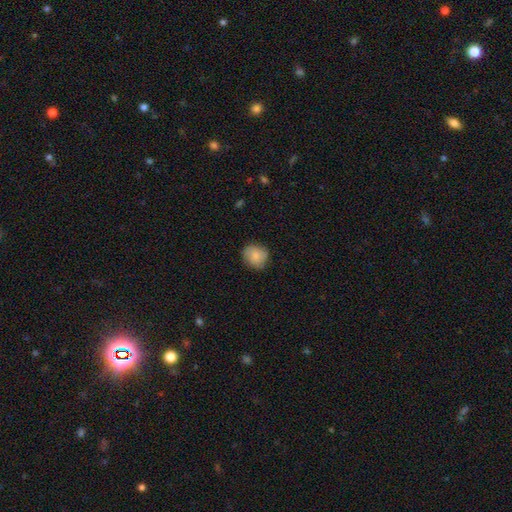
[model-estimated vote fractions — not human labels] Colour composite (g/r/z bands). It shows a smooth galaxy with no disk features (82%) that is round (86%). Merging: none (82%).